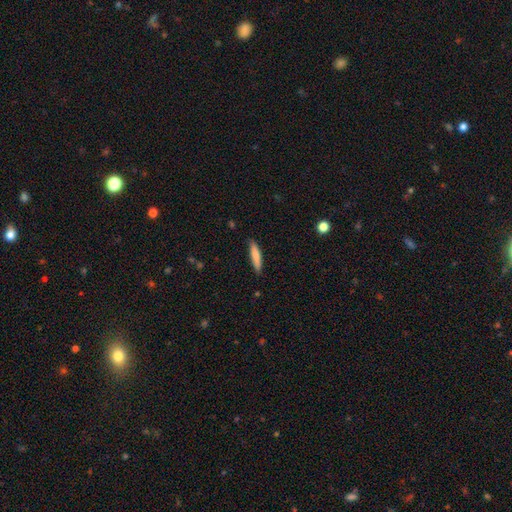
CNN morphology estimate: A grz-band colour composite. It shows a smooth galaxy with no disk features (79%) that is cigar-shaped (85%). Merging: none (87%).